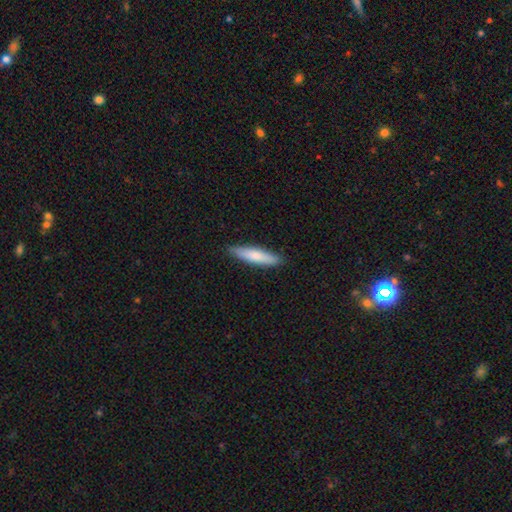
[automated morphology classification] Smooth or featured: smooth — 74% (featured or disk — 21%)
How rounded: cigar-shaped — 81% (in between — 18%)
Merging: none — 88% (minor disturbance — 10%)